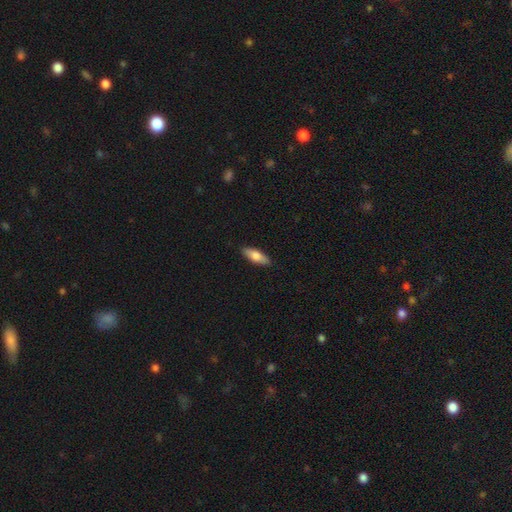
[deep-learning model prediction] Smooth or featured: smooth — 73% (featured or disk — 22%)
How rounded: in between — 65% (cigar-shaped — 33%)
Merging: none — 89% (minor disturbance — 8%)